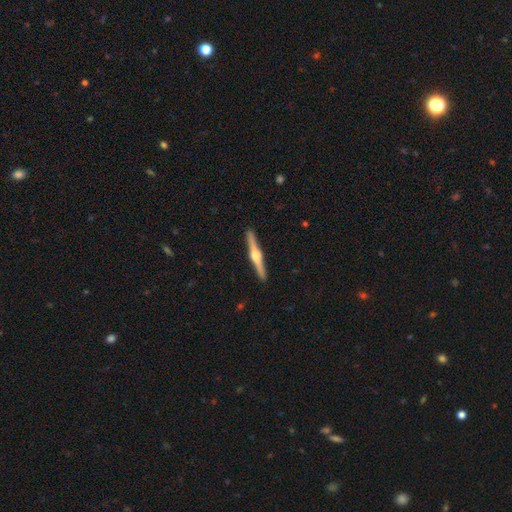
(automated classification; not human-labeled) Smooth or featured? featured or disk (80%)
Edge-on disk? yes (98%)
Edge-on bulge? rounded (96%)
Merging? none (92%)